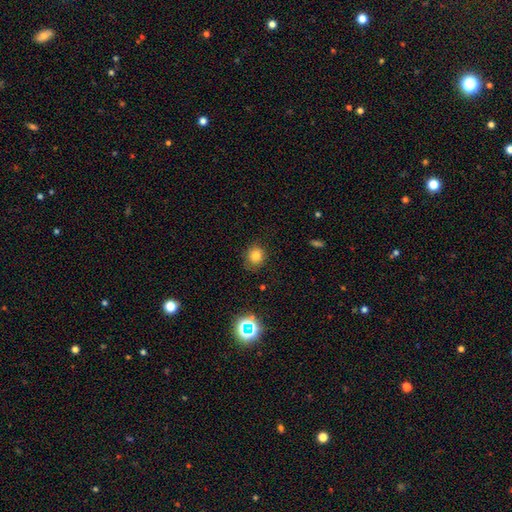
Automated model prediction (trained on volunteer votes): Smooth or featured? smooth (79%)
How rounded? round (80%)
Merging? none (81%)